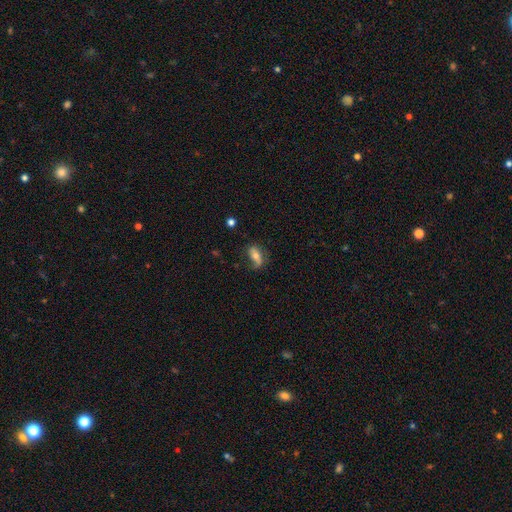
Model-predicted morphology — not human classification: smooth_or_featured: smooth (p=0.52) [alt: featured or disk p=0.39]
how_rounded: in between (p=0.83) [alt: cigar-shaped p=0.11]
merging: none (p=0.53) [alt: minor disturbance p=0.26]